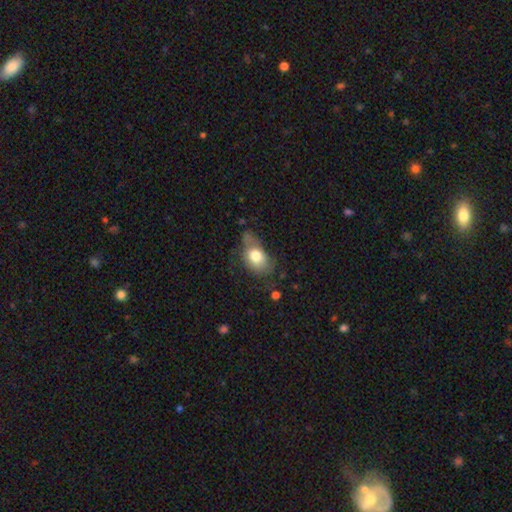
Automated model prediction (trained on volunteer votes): Smooth or featured?
  - smooth: 72% *
  - featured or disk: 20%
  - star or artifact: 8%
How rounded?
  - in between: 81% *
  - round: 17%
  - cigar-shaped: 2%
Merging?
  - none: 43% *
  - minor disturbance: 34%
  - major disturbance: 19%
  - merger: 4%